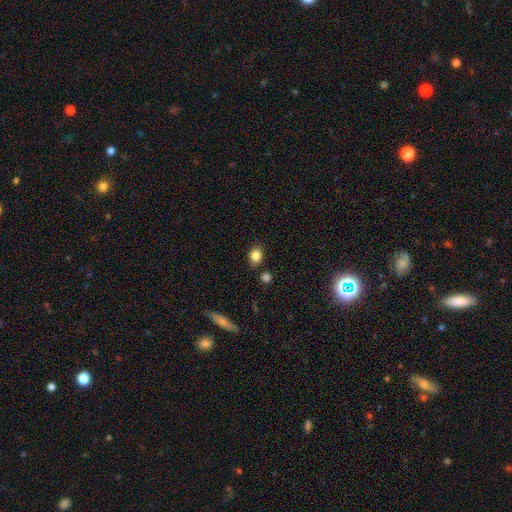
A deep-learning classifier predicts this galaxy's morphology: type=smooth (83%); roundness=round (52%); merging=none (82%).